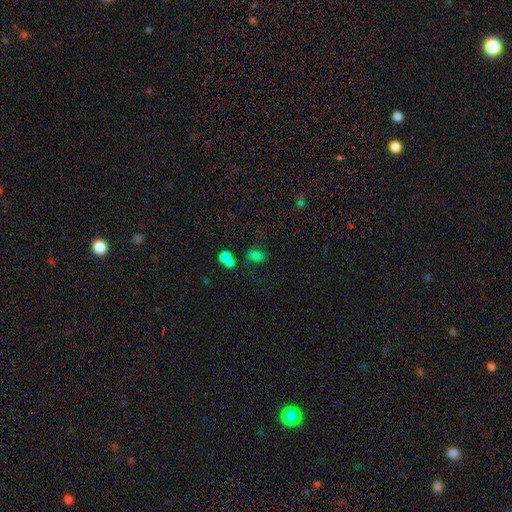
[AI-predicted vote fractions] This is likely a smooth galaxy (62%). How rounded: likely in between (64%). Merging: marginally none (44%).